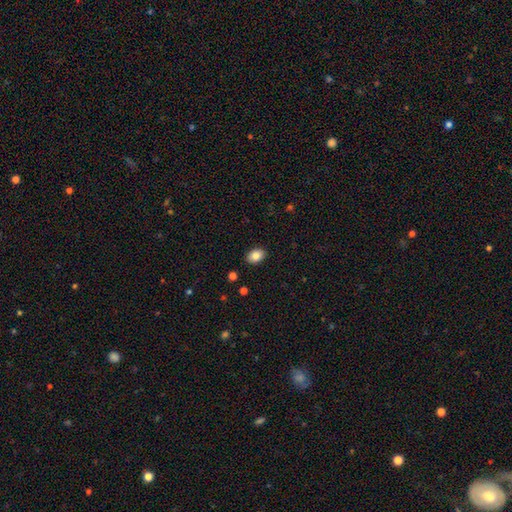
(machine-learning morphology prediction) This is clearly a smooth galaxy (85%). How rounded: clearly in between (82%). Merging: clearly none (90%).